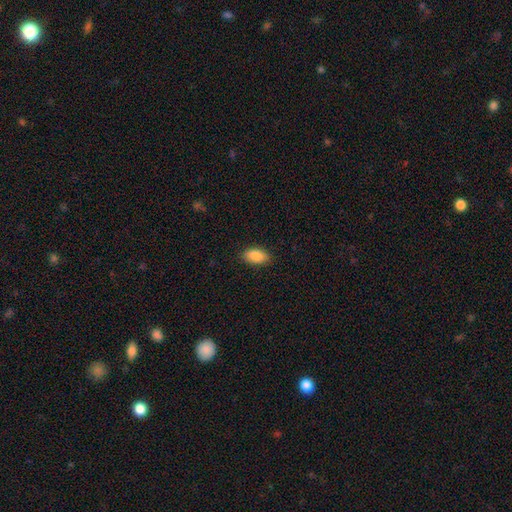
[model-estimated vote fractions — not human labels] smooth-or-featured: smooth: 89% | star or artifact: 7% | featured or disk: 5%
  how-rounded: in between: 93% | round: 4% | cigar-shaped: 3%
  merging: none: 88% | minor disturbance: 9% | major disturbance: 2% | merger: 1%